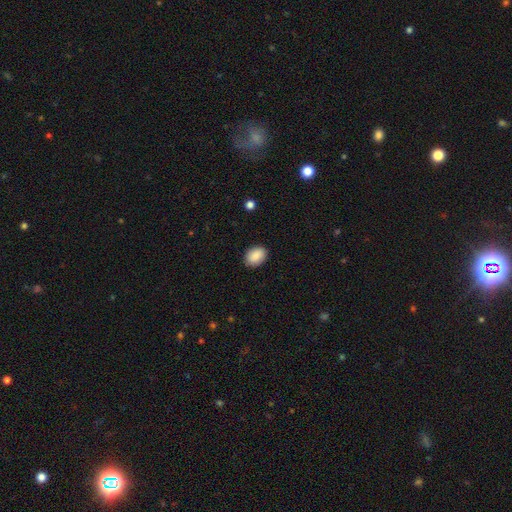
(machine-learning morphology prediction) Smooth or featured: smooth — 90% (star or artifact — 7%)
How rounded: in between — 78% (round — 21%)
Merging: none — 88% (minor disturbance — 9%)